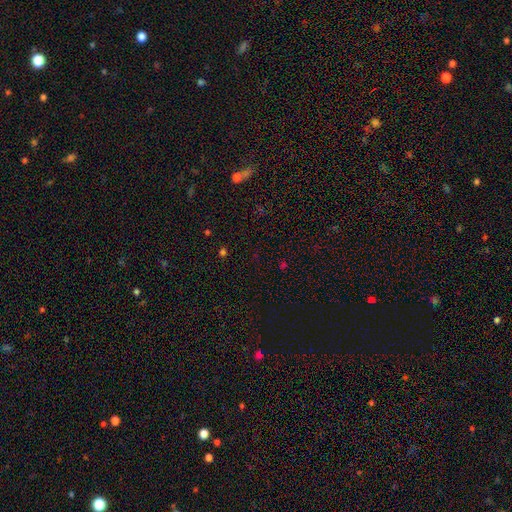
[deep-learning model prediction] This is possibly a star or artifact rather than a galaxy (57%).